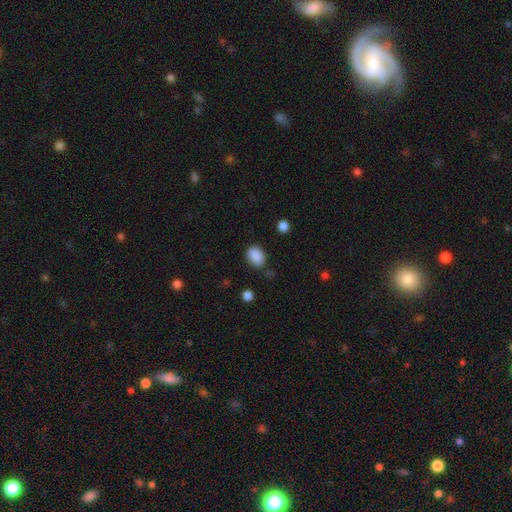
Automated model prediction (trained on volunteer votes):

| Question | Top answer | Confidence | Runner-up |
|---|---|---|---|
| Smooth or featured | smooth | 87% | star or artifact (9%) |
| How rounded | in between | 71% | round (28%) |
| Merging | none | 73% | minor disturbance (20%) |